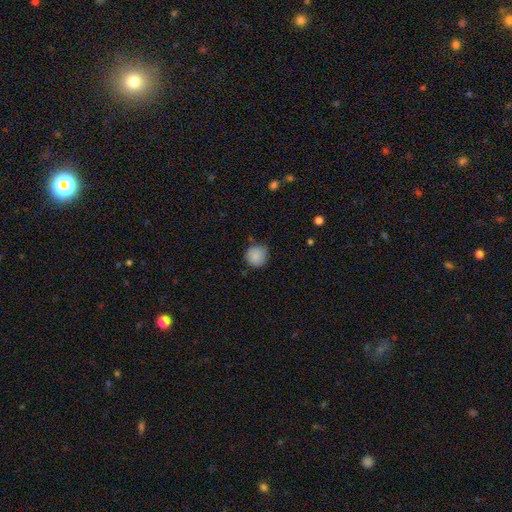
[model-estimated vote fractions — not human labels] A smooth galaxy with no disk features (87%) that is round (92%).

Vote fractions:
- Smooth or featured? smooth: 87% / star or artifact: 8% / featured or disk: 4%
- How rounded? round: 92% / in between: 7% / cigar-shaped: 1%
- Merging? none: 77% / minor disturbance: 18% / major disturbance: 3% / merger: 2%